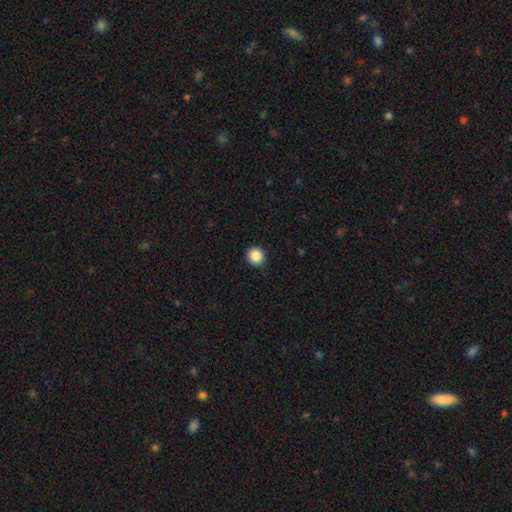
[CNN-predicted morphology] This is clearly a smooth galaxy (87%). How rounded: clearly round (92%). Merging: clearly none (91%).